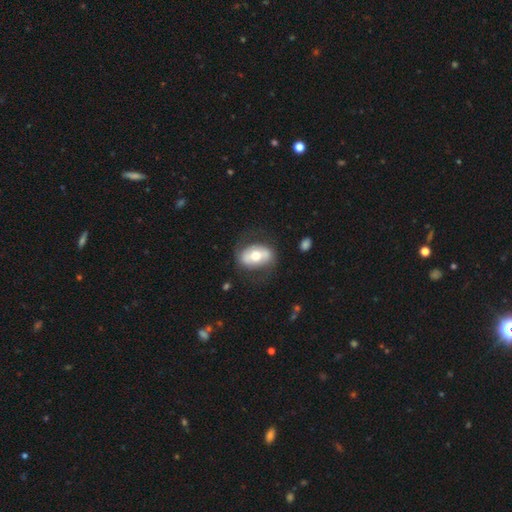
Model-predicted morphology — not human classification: The model was most divided on "smooth or featured": featured or disk: 51%, smooth: 43%, star or artifact: 6%. More confident: edge-on disk — no (91%); merging — none (68%).